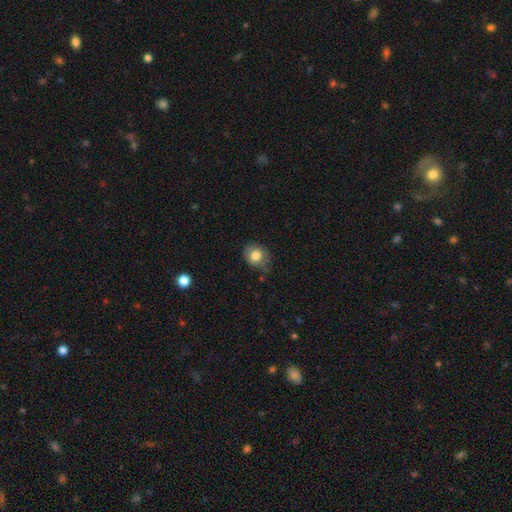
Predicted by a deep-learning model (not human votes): Morphology: type=smooth (81%); roundness=round (70%); merging=none (71%).